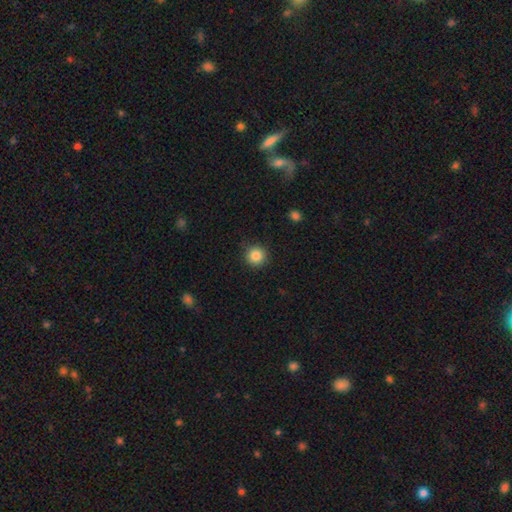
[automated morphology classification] smooth 85%, star or artifact 10%, featured or disk 5%. Down the decision tree: how rounded — round (95%); merging — none (89%).